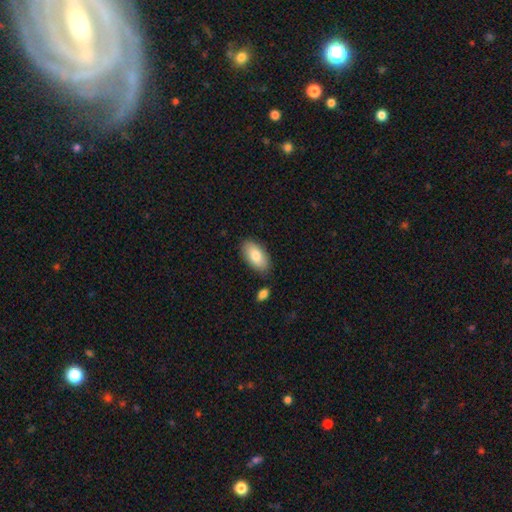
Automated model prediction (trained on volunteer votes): Smooth or featured?
  - smooth: 81% *
  - featured or disk: 13%
  - star or artifact: 6%
How rounded?
  - in between: 94% *
  - cigar-shaped: 3%
  - round: 3%
Merging?
  - none: 83% *
  - minor disturbance: 11%
  - merger: 4%
  - major disturbance: 2%